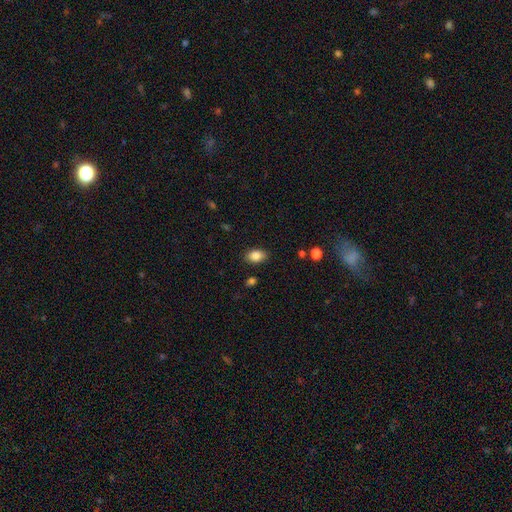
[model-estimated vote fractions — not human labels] Smooth or featured?
  - smooth: 85% *
  - star or artifact: 8%
  - featured or disk: 6%
How rounded?
  - in between: 88% *
  - round: 11%
  - cigar-shaped: 1%
Merging?
  - none: 86% *
  - minor disturbance: 10%
  - major disturbance: 2%
  - merger: 2%